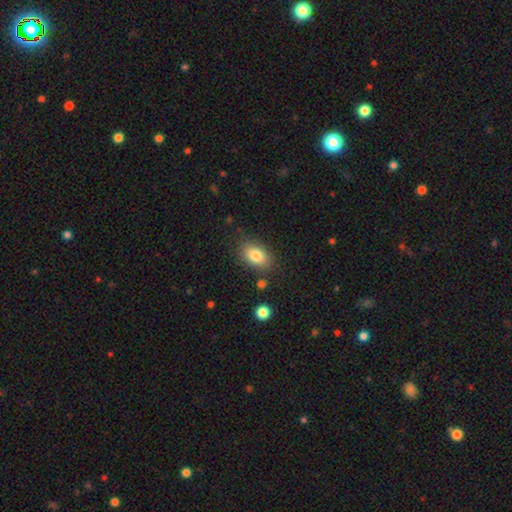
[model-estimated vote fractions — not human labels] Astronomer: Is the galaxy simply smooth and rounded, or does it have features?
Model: smooth — 82%.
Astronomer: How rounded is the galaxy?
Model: in between — 86%.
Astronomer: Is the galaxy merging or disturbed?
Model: none — 80%.